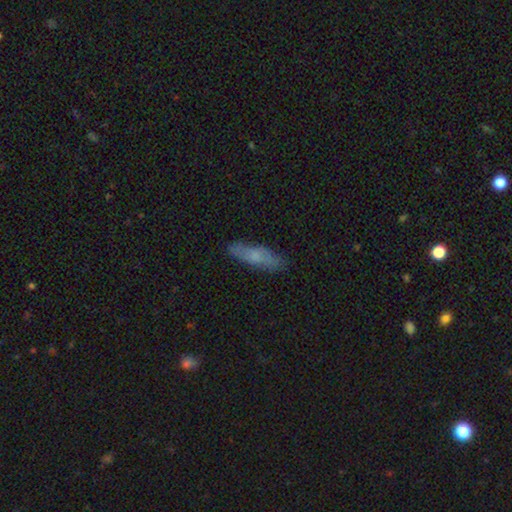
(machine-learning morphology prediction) smooth-or-featured: smooth: 63% | featured or disk: 30% | star or artifact: 7%
  how-rounded: cigar-shaped: 62% | in between: 35% | round: 2%
  merging: none: 82% | minor disturbance: 14% | major disturbance: 3% | merger: 1%